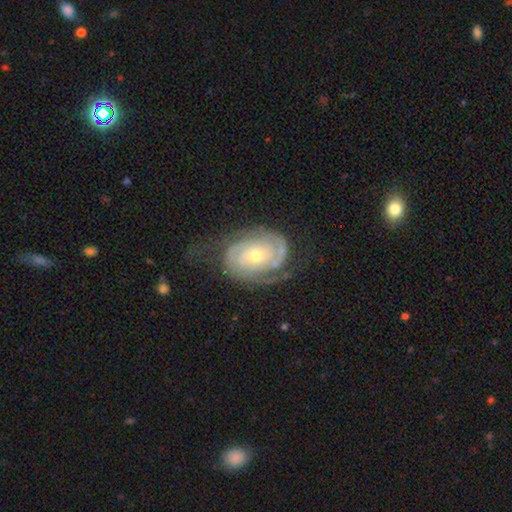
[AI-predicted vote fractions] Smooth or featured? featured or disk (86%)
Edge-on disk? no (97%)
Bar? no (74%)
Spiral arms? yes (95%)
Spiral winding? tight (65%)
Spiral arm count? 2 (64%)
Bulge size? small (52%)
Merging? none (64%)